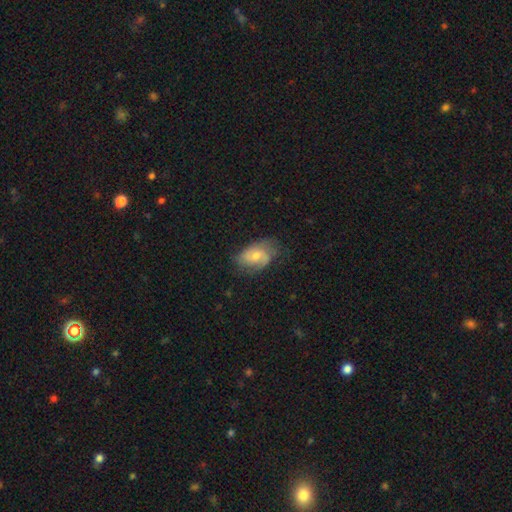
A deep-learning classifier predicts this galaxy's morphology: The model was most divided on "bulge size": moderate: 49%, small: 43%, none: 3%, large: 3%, dominant: 1%. More confident: edge-on disk — no (96%); spiral arms — yes (83%); bar — no (62%); merging — none (59%); smooth or featured — featured or disk (53%).